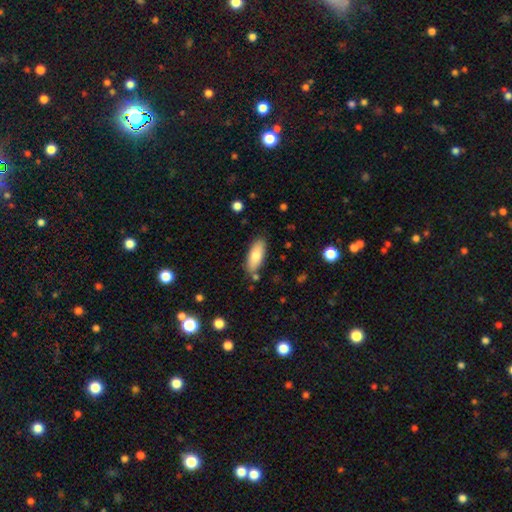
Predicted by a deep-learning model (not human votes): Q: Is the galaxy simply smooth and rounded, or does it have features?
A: smooth — 80%.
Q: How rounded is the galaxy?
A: in between — 76%.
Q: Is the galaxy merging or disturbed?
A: none — 81%.